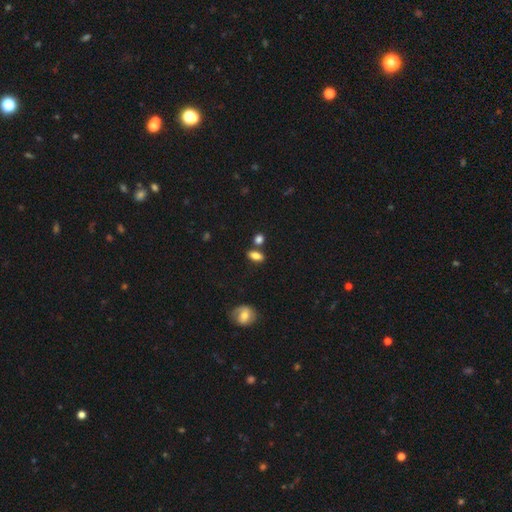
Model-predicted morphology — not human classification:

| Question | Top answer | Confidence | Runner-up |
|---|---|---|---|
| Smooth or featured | smooth | 81% | featured or disk (10%) |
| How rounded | in between | 82% | round (9%) |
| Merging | none | 72% | merger (14%) |